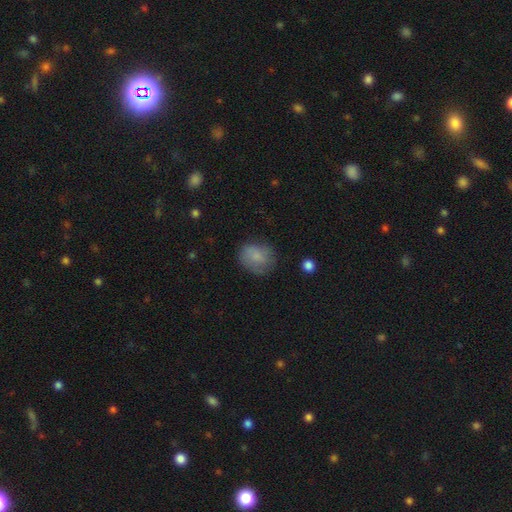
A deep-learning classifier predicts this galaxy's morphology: smooth-or-featured: smooth: 77% | featured or disk: 14% | star or artifact: 9%
  how-rounded: round: 60% | in between: 39% | cigar-shaped: 1%
  merging: none: 63% | minor disturbance: 26% | major disturbance: 10% | merger: 2%